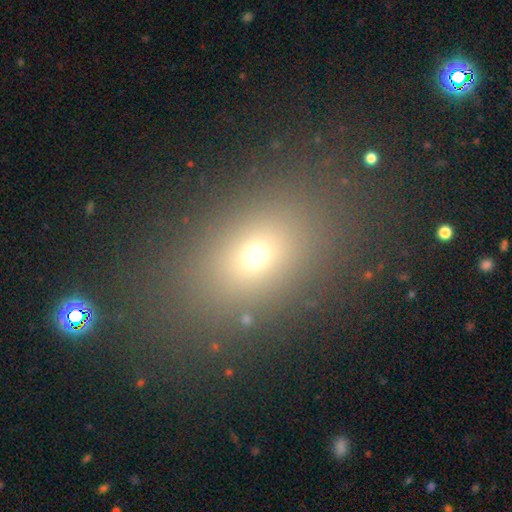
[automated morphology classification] smooth_or_featured: smooth (p=0.65) [alt: star or artifact p=0.22]
how_rounded: in between (p=0.69) [alt: round p=0.28]
merging: none (p=0.83) [alt: minor disturbance p=0.09]